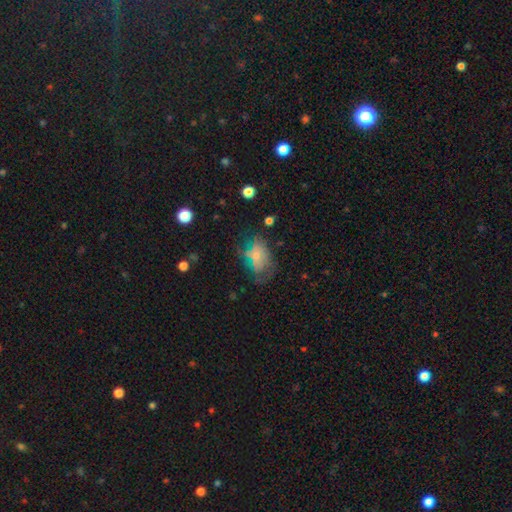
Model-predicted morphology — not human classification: smooth 52%, featured or disk 34%, star or artifact 14%. Down the decision tree: how rounded — in between (81%); merging — none (38%).